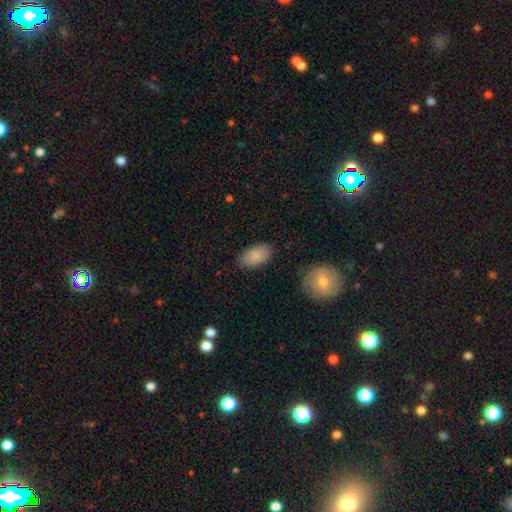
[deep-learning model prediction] Overall: smooth (85%). How rounded: in between (94%). Merging: none (83%).